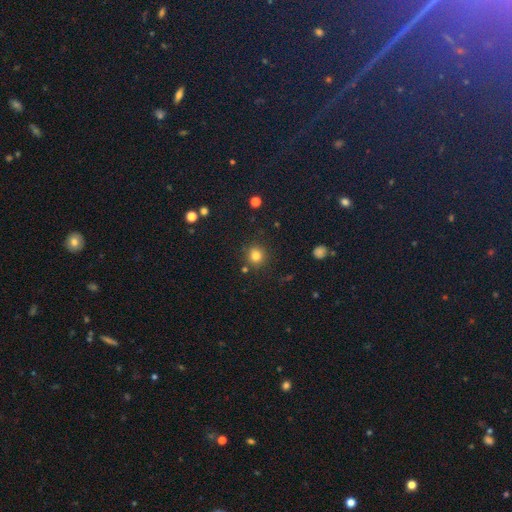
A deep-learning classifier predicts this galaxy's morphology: smooth-or-featured: smooth: 81% | star or artifact: 13% | featured or disk: 6%
  how-rounded: round: 91% | in between: 8% | cigar-shaped: 1%
  merging: none: 85% | minor disturbance: 8% | merger: 4% | major disturbance: 3%